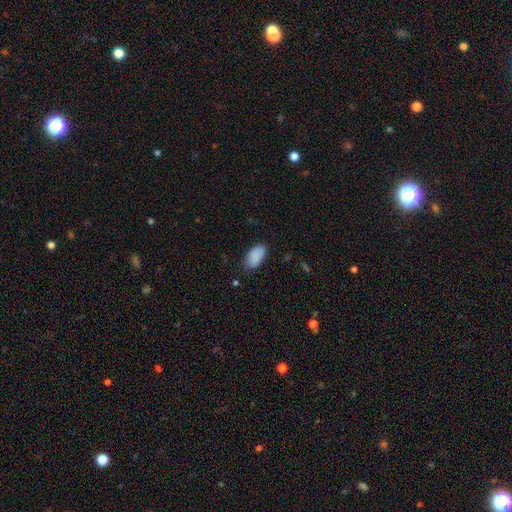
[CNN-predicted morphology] Smooth or featured? Predicted: smooth (p=0.88). How rounded? Predicted: in between (p=0.94). Merging? Predicted: none (p=0.78).